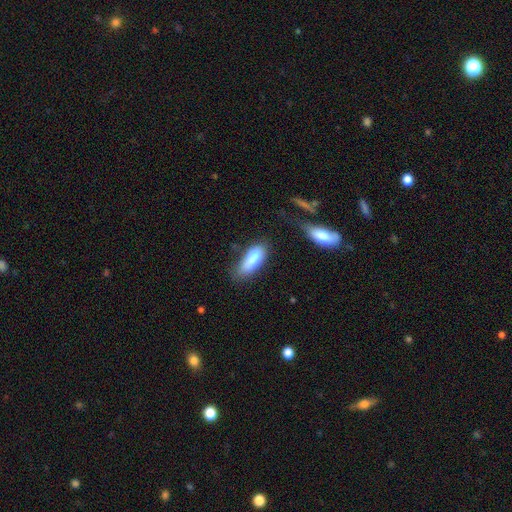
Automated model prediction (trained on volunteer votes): Morphology: type=smooth (80%); roundness=in between (68%); merging=none (50%).